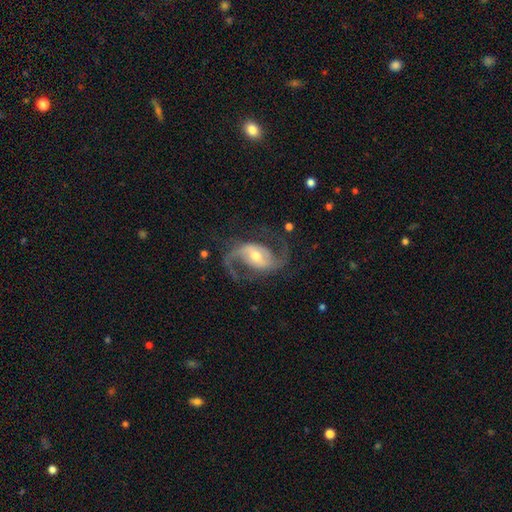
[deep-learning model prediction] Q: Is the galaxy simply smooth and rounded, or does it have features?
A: featured or disk — 91%.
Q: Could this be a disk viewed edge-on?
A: no — 98%.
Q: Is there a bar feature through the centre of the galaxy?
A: weak — 45%.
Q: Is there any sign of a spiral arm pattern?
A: yes — 98%.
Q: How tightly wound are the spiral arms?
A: medium — 49%.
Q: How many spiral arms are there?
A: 2 — 93%.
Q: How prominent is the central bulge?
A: moderate — 59%.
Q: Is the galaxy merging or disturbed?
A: none — 75%.